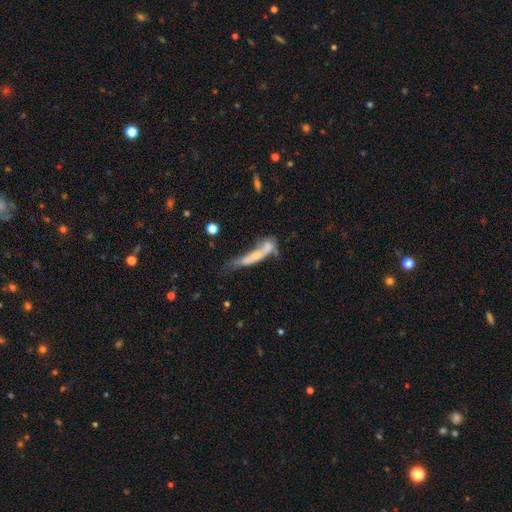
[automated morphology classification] type=featured or disk (49%); merging=merger (36%).